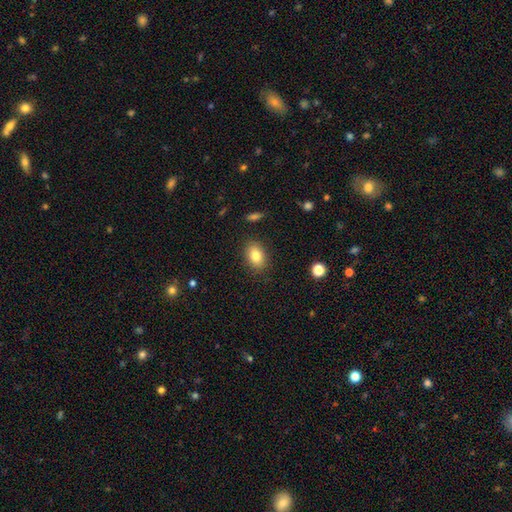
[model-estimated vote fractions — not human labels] The model was most divided on "how rounded": in between: 79%, round: 19%, cigar-shaped: 1%. More confident: merging — none (87%); smooth or featured — smooth (83%).